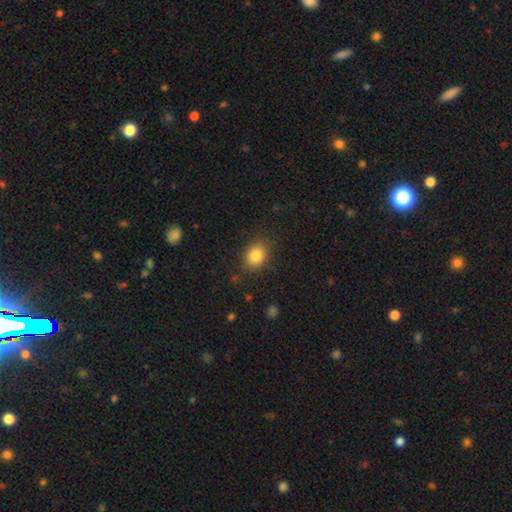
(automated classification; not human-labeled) The model was most divided on "how rounded": round: 50%, in between: 49%, cigar-shaped: 1%. More confident: merging — none (84%); smooth or featured — smooth (83%).